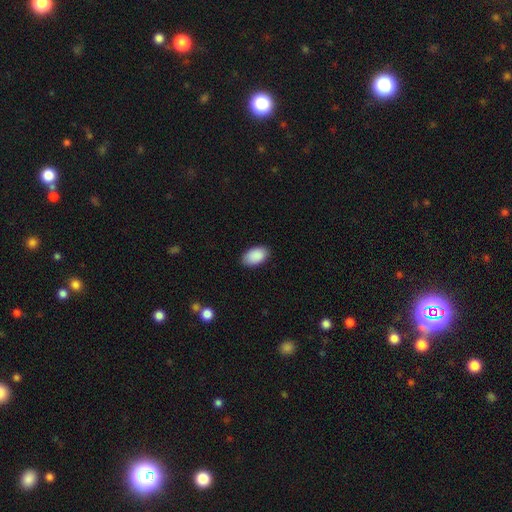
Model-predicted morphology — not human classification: This is clearly a smooth galaxy (90%). How rounded: clearly in between (94%). Merging: clearly none (86%).